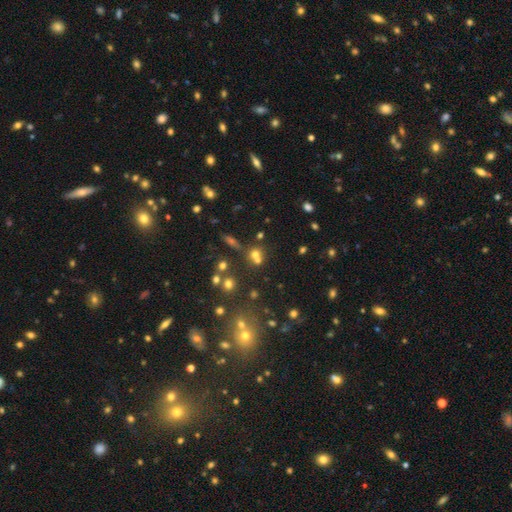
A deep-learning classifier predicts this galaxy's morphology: A smooth galaxy with no disk features (57%) that is round (84%).

Vote fractions:
- Smooth or featured? smooth: 57% / star or artifact: 28% / featured or disk: 15%
- How rounded? round: 84% / in between: 14% / cigar-shaped: 2%
- Merging? none: 51% / merger: 37% / minor disturbance: 8% / major disturbance: 4%